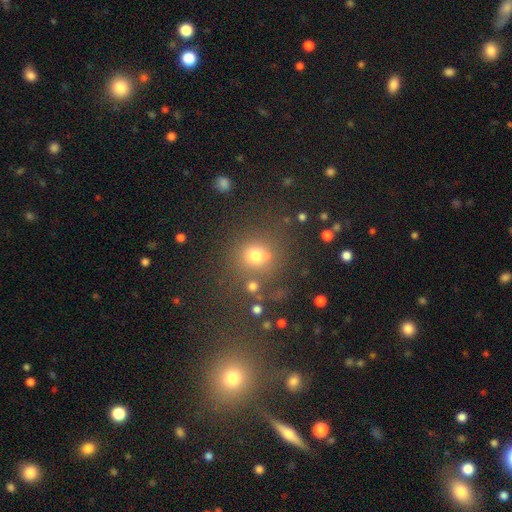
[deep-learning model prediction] smooth 70%, star or artifact 20%, featured or disk 10%. Down the decision tree: how rounded — round (86%); merging — none (67%).